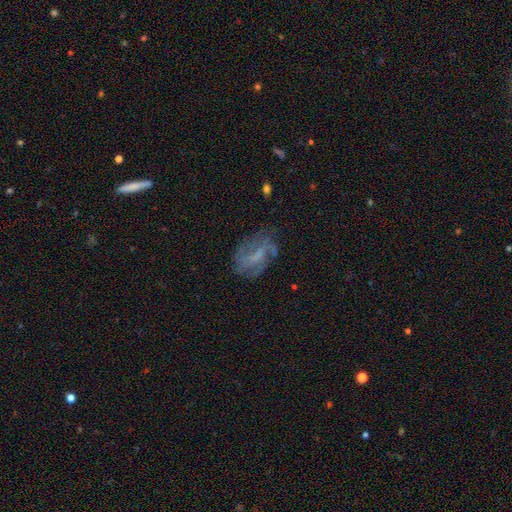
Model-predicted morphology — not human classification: Smooth or featured? featured or disk (65%)
Edge-on disk? no (96%)
Bar? weak (48%)
Spiral arms? yes (76%)
Bulge size? none (41%)
Merging? none (59%)